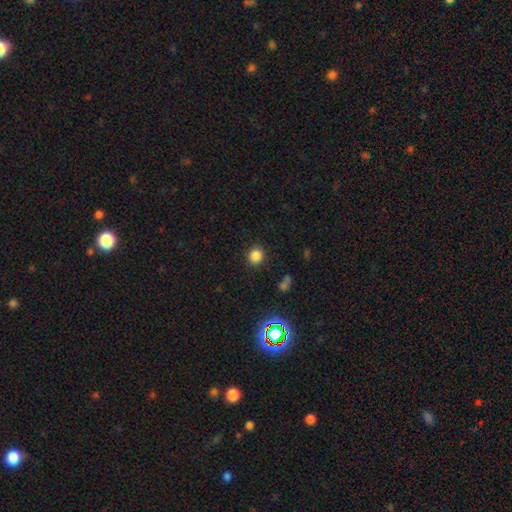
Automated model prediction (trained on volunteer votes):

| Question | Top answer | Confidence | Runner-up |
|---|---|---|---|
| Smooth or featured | smooth | 83% | star or artifact (13%) |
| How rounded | round | 84% | in between (15%) |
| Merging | none | 88% | minor disturbance (8%) |